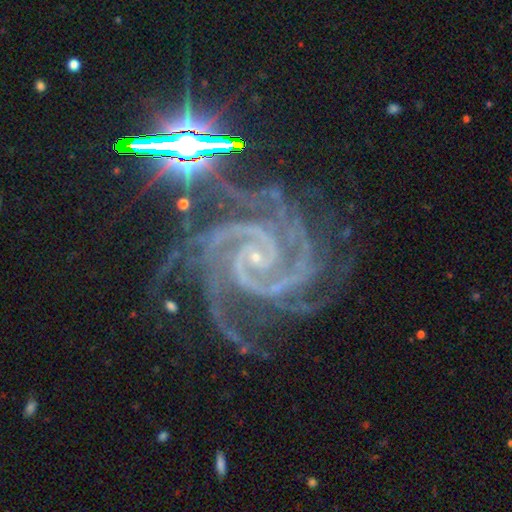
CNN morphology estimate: This is clearly a featured or disk galaxy (92%). It is clearly not viewed edge-on (98%). Bar: possibly no (50%). Spiral arm pattern: clearly yes (99%). Spiral arm count: marginally 2 (36%). Spiral winding: likely tight (71%). Central bulge: clearly small (85%). Merging: likely none (65%).